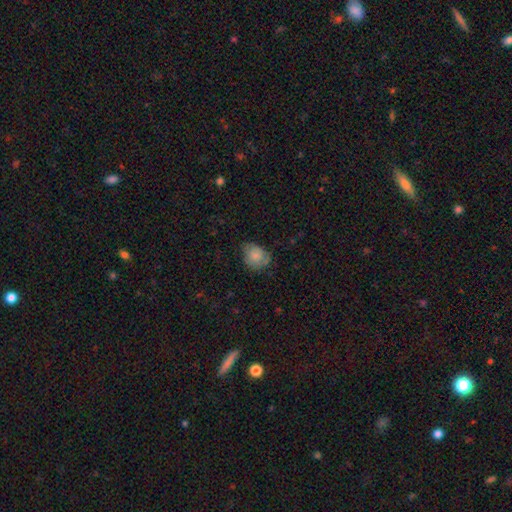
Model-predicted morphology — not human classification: Smooth or featured?
  - smooth: 66% *
  - featured or disk: 26%
  - star or artifact: 8%
How rounded?
  - round: 50% *
  - in between: 49%
  - cigar-shaped: 1%
Merging?
  - none: 54% *
  - minor disturbance: 33%
  - major disturbance: 11%
  - merger: 1%